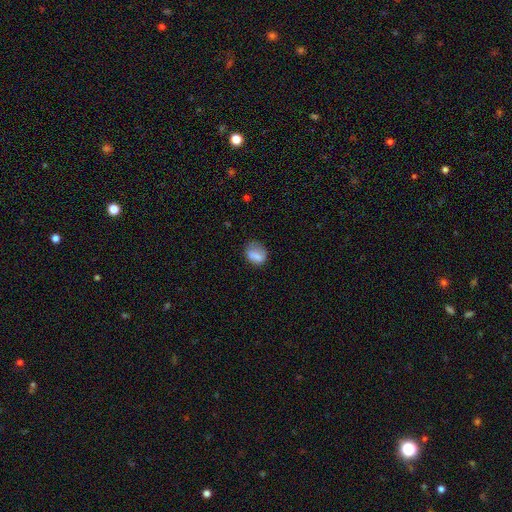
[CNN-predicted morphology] type=smooth (78%); roundness=in between (60%); merging=none (58%).